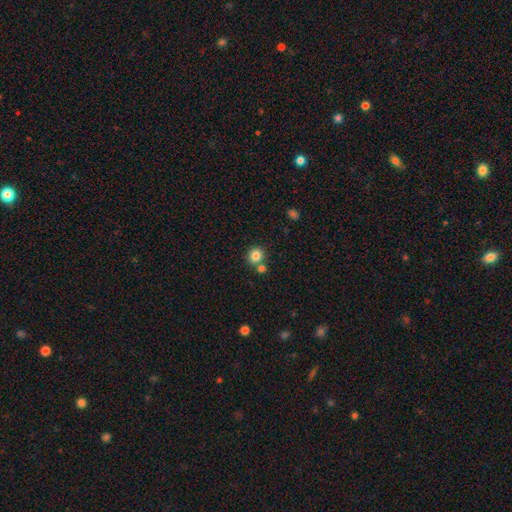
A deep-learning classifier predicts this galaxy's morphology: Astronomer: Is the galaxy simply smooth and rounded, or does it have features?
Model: smooth — 83%.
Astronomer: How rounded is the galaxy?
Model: round — 91%.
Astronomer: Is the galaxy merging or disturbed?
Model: none — 67%.